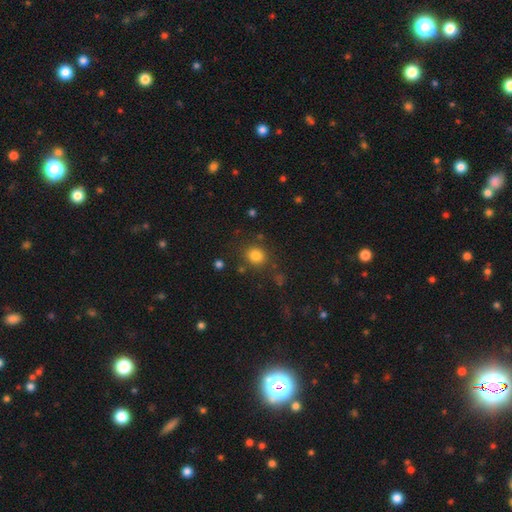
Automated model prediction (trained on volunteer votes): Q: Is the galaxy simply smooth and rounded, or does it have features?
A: smooth — 82%.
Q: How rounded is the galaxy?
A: round — 82%.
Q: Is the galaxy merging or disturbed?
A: none — 84%.